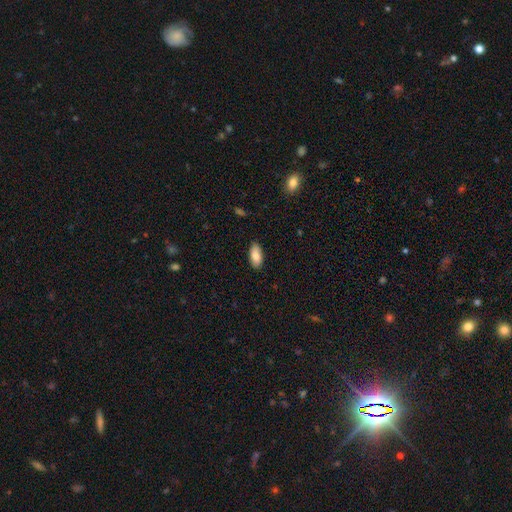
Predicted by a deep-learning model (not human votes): A smooth galaxy with no disk features (86%) that is in between round and cigar-shaped (91%). Merging: none (87%).